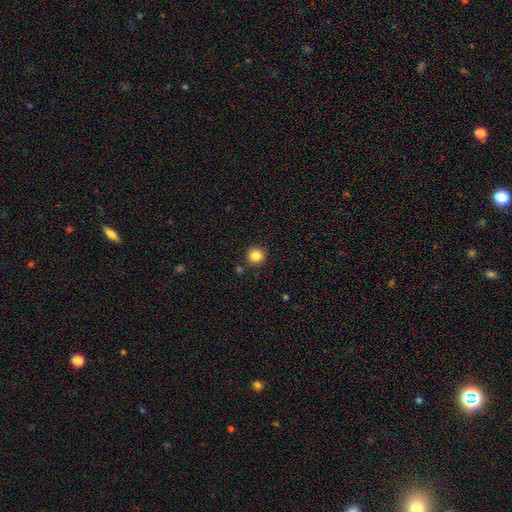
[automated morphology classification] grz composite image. It shows a smooth galaxy with no disk features (85%) that is round (94%). Merging: none (89%).